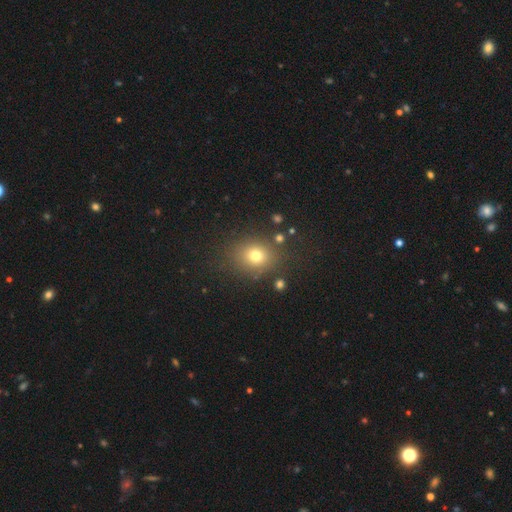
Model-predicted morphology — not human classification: smooth_or_featured: smooth (p=0.74) [alt: star or artifact p=0.16]
how_rounded: round (p=0.67) [alt: in between p=0.32]
merging: none (p=0.81) [alt: minor disturbance p=0.11]